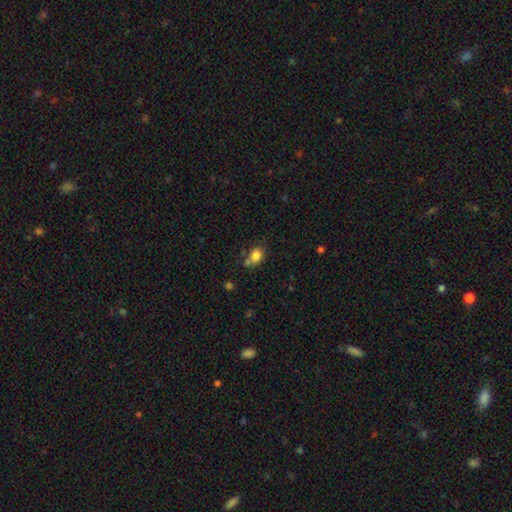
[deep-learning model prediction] Smooth or featured? smooth (81%)
How rounded? round (50%)
Merging? none (54%)